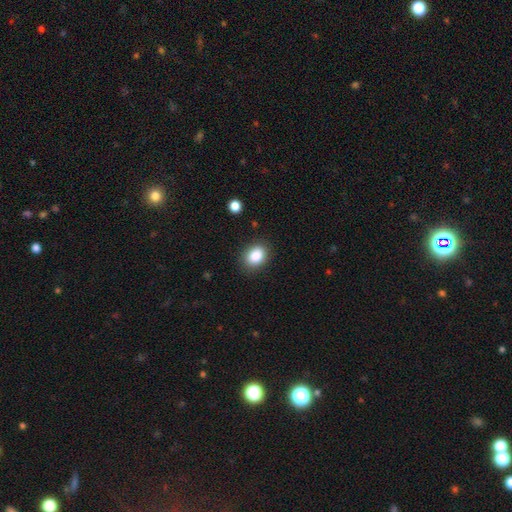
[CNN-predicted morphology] A smooth galaxy with no disk features (86%) that is in between round and cigar-shaped (62%).

Vote fractions:
- Smooth or featured? smooth: 86% / star or artifact: 9% / featured or disk: 5%
- How rounded? in between: 62% / round: 37% / cigar-shaped: 1%
- Merging? none: 86% / minor disturbance: 10% / major disturbance: 3% / merger: 1%